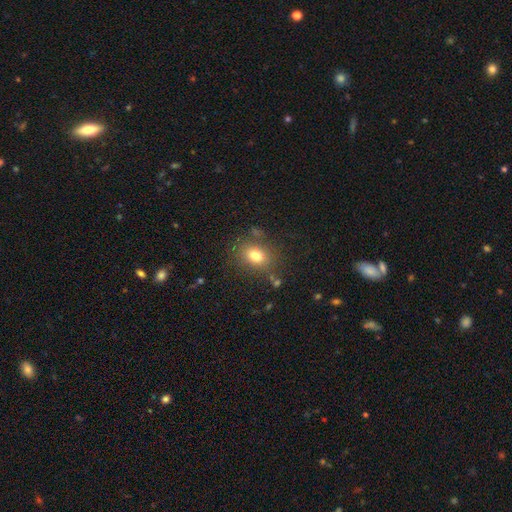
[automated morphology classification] A smooth galaxy with no disk features (77%) that is in between round and cigar-shaped (59%).

Vote fractions:
- Smooth or featured? smooth: 77% / star or artifact: 13% / featured or disk: 11%
- How rounded? in between: 59% / round: 40% / cigar-shaped: 1%
- Merging? none: 78% / minor disturbance: 13% / major disturbance: 5% / merger: 4%